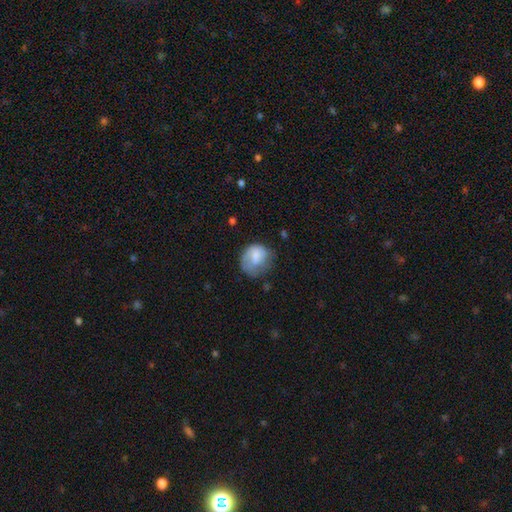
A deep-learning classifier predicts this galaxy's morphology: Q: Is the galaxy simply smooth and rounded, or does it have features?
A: smooth — 66%.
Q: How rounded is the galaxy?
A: round — 66%.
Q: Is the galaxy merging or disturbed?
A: none — 42%.